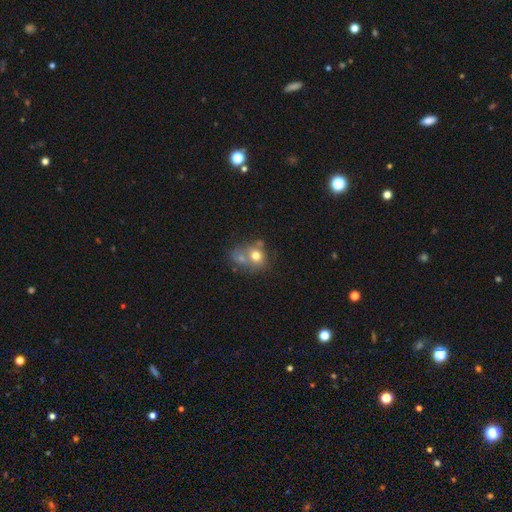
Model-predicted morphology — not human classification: smooth 67%, featured or disk 22%, star or artifact 12%. Down the decision tree: how rounded — round (64%); merging — merger (47%).